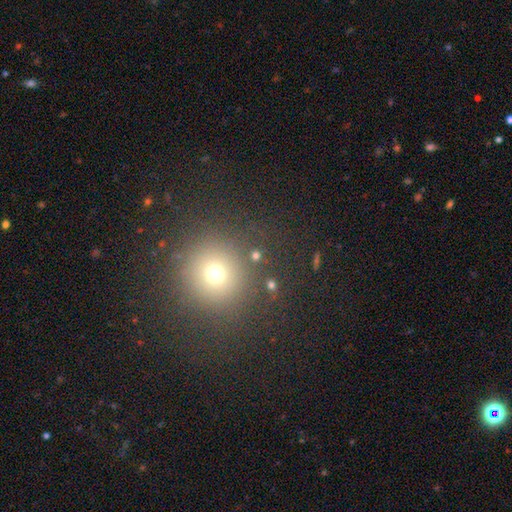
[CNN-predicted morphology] smooth-or-featured: smooth: 66% | star or artifact: 26% | featured or disk: 8%
  how-rounded: round: 91% | in between: 8% | cigar-shaped: 1%
  merging: none: 83% | minor disturbance: 7% | merger: 6% | major disturbance: 4%